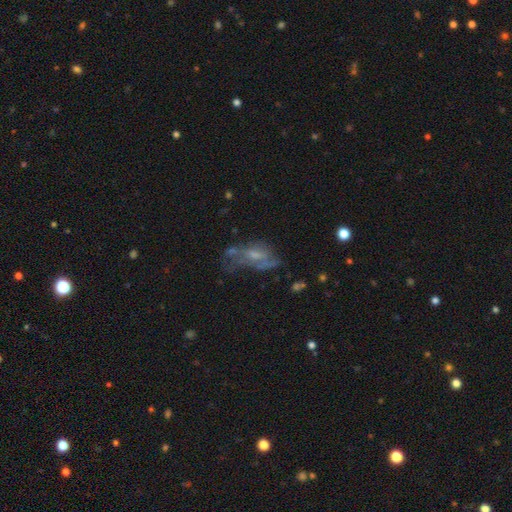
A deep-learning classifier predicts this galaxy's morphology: smooth-or-featured: featured or disk: 56% | smooth: 31% | star or artifact: 13%
  disk-edge-on: no: 91% | yes: 9%
    bar: no: 64% | weak: 29% | strong: 6%
    has-spiral-arms: no: 61% | yes: 39%
    bulge-size: small: 38% | moderate: 33% | none: 23% | large: 4% | dominant: 1%
  merging: none: 37% | major disturbance: 33% | minor disturbance: 23% | merger: 8%